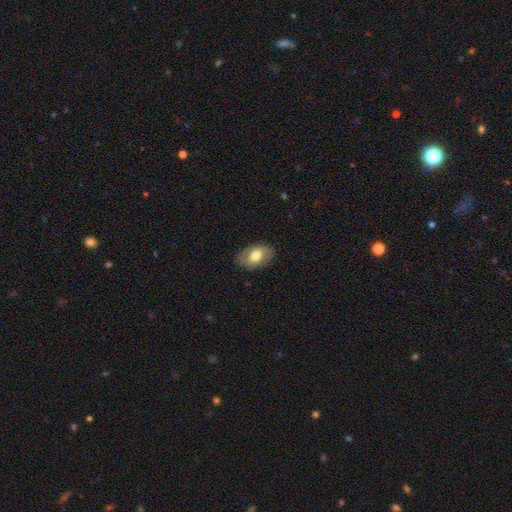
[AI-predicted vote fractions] This appears to be a smooth galaxy with no disk features (53%) that is in between round and cigar-shaped (88%). Merging: none (82%).